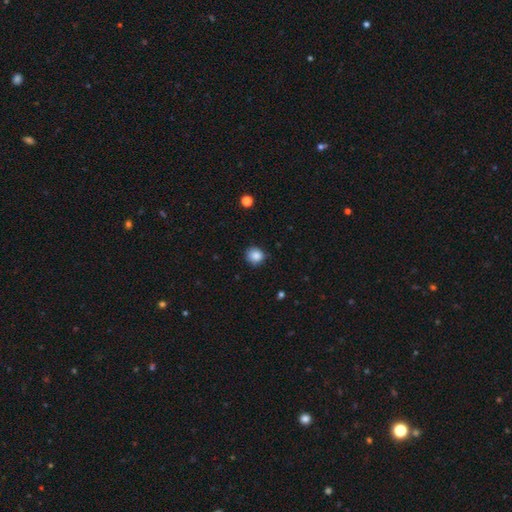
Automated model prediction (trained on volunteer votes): The model was most divided on "merging": none: 83%, minor disturbance: 13%, major disturbance: 2%, merger: 1%. More confident: how rounded — round (87%); smooth or featured — smooth (86%).